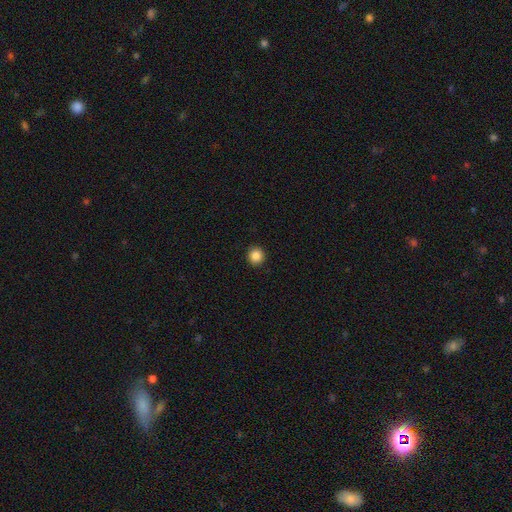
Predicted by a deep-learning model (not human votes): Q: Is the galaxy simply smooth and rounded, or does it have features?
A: smooth — 87%.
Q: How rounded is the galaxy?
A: round — 94%.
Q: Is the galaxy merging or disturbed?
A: none — 93%.